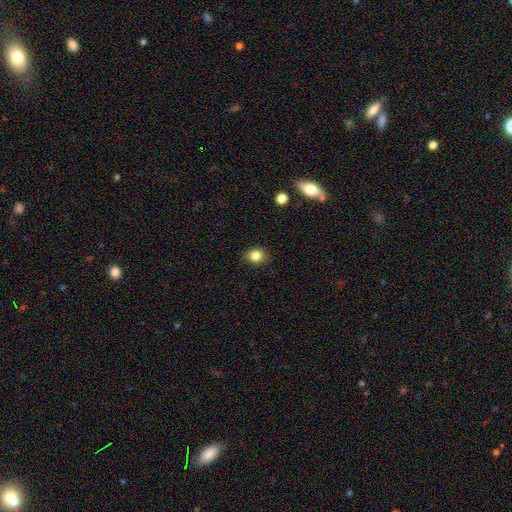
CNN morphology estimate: Smooth or featured? Predicted: smooth (p=0.84). How rounded? Predicted: round (p=0.71). Merging? Predicted: none (p=0.87).